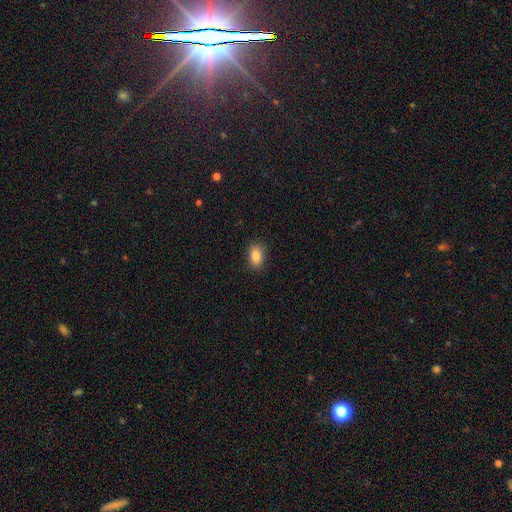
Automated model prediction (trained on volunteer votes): smooth-or-featured: smooth: 87% | star or artifact: 8% | featured or disk: 4%
  how-rounded: in between: 85% | round: 13% | cigar-shaped: 2%
  merging: none: 87% | minor disturbance: 10% | major disturbance: 2% | merger: 1%